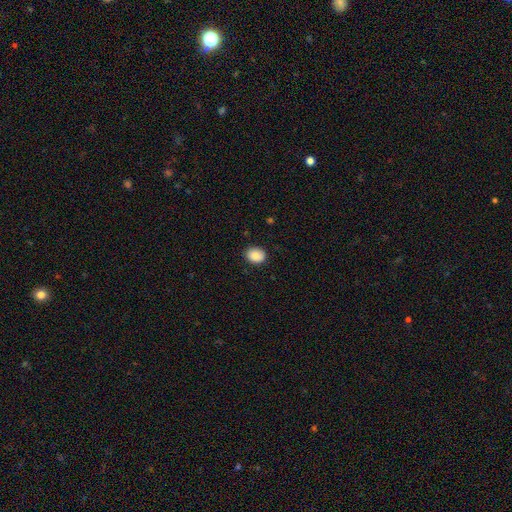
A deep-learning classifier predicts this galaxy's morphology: type=smooth (89%); roundness=in between (58%); merging=none (86%).